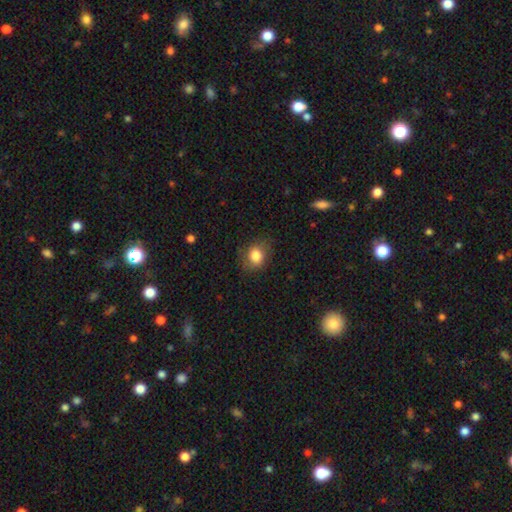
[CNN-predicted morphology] smooth-or-featured: smooth: 82% | star or artifact: 9% | featured or disk: 9%
  how-rounded: round: 55% | in between: 44% | cigar-shaped: 1%
  merging: none: 75% | minor disturbance: 18% | major disturbance: 6% | merger: 1%